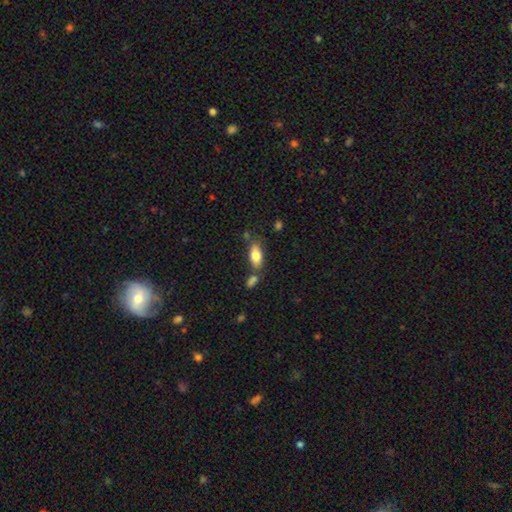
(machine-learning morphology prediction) Smooth or featured: smooth — 78% (featured or disk — 15%)
How rounded: in between — 83% (cigar-shaped — 14%)
Merging: none — 66% (merger — 15%)